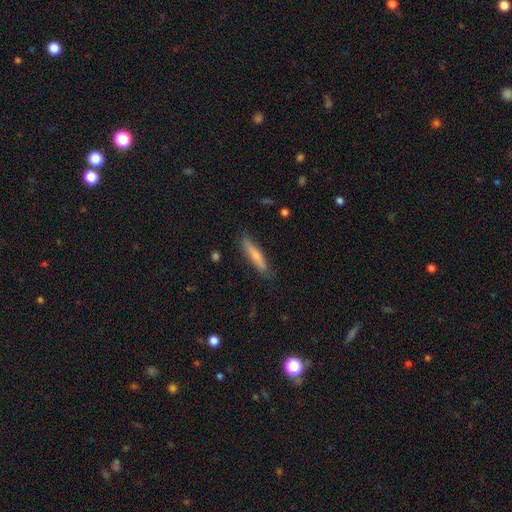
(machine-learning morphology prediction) Smooth or featured? smooth (68%)
How rounded? cigar-shaped (87%)
Merging? none (83%)